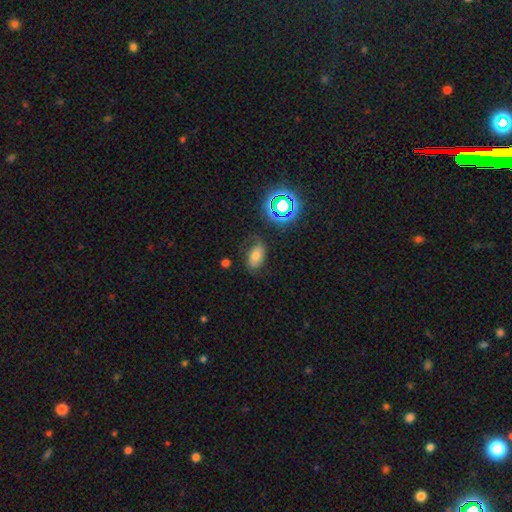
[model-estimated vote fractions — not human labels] Smooth or featured?
  - smooth: 59% *
  - featured or disk: 21%
  - star or artifact: 20%
How rounded?
  - in between: 88% *
  - round: 9%
  - cigar-shaped: 3%
Merging?
  - none: 64% *
  - minor disturbance: 22%
  - major disturbance: 11%
  - merger: 3%